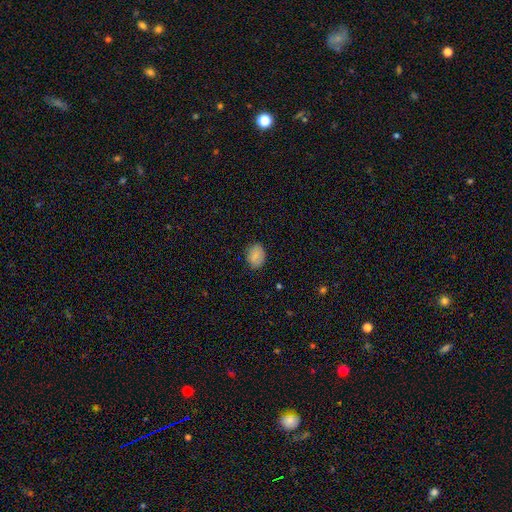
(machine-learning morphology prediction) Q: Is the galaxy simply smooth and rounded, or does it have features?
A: smooth — 84%.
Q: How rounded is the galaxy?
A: in between — 69%.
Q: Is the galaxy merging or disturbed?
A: none — 84%.